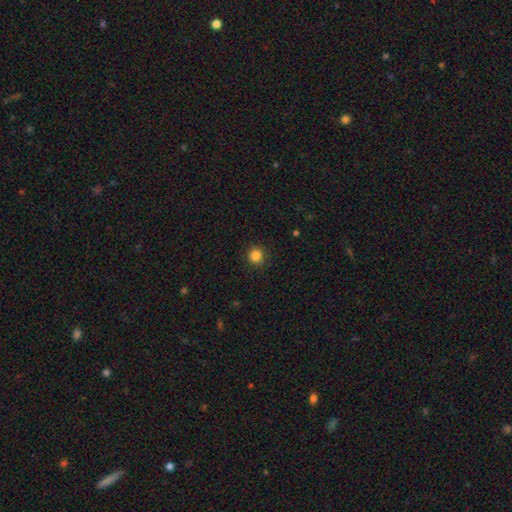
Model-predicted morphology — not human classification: Overall: smooth (84%). How rounded: round (93%). Merging: none (90%).